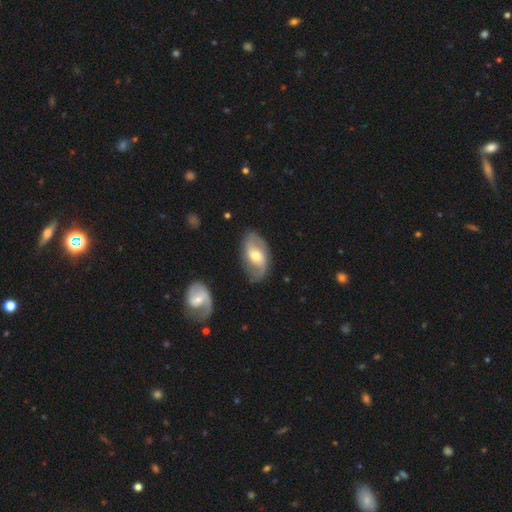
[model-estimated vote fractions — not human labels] This appears to be a featured or disk galaxy (77%) with a weak bar (46%), 2 (88%) medium (42%, tied with loose) spiral arms (91%) and a moderate central bulge (61%). Merging: none (78%).